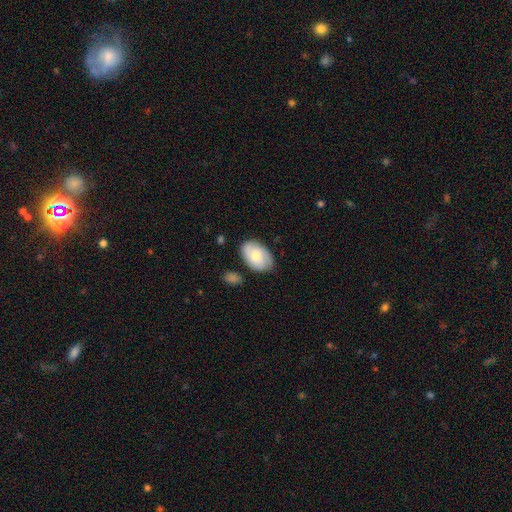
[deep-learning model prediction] Overall: smooth (64%; featured or disk 30%). How rounded: in between (90%). Merging: none (73%).